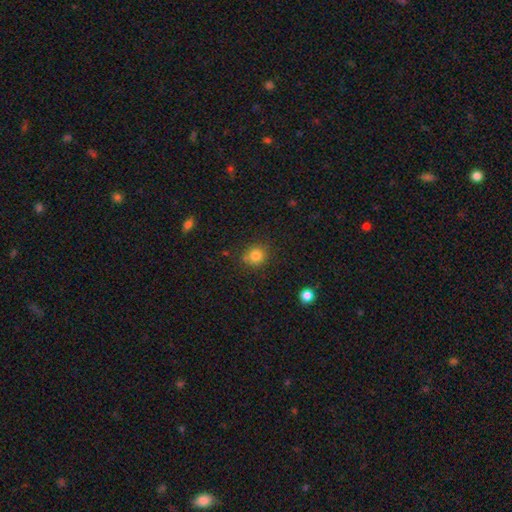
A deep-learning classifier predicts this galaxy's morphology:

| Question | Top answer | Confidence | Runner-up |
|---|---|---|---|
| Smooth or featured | smooth | 82% | star or artifact (12%) |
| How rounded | round | 83% | in between (16%) |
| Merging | none | 76% | minor disturbance (15%) |